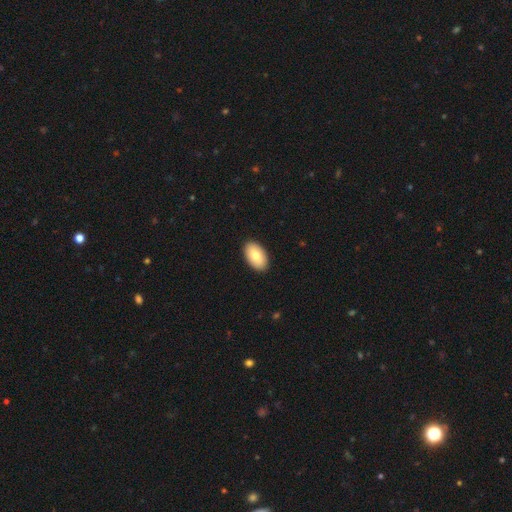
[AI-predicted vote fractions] Smooth or featured: smooth — 81% (featured or disk — 13%)
How rounded: in between — 95% (round — 4%)
Merging: none — 91% (minor disturbance — 7%)